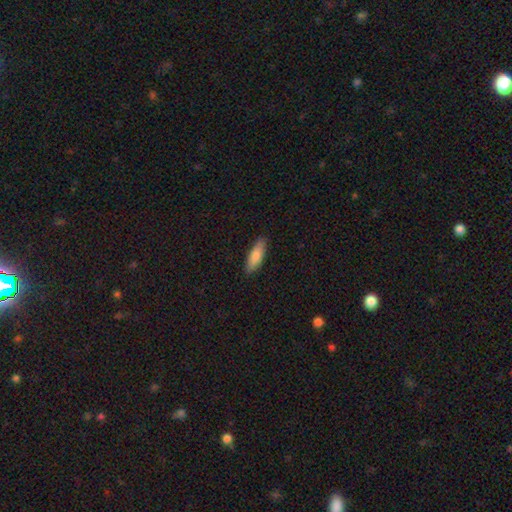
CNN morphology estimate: Smooth or featured? Predicted: smooth (p=0.84). How rounded? Predicted: cigar-shaped (p=0.49, tied with in between). Merging? Predicted: none (p=0.88).